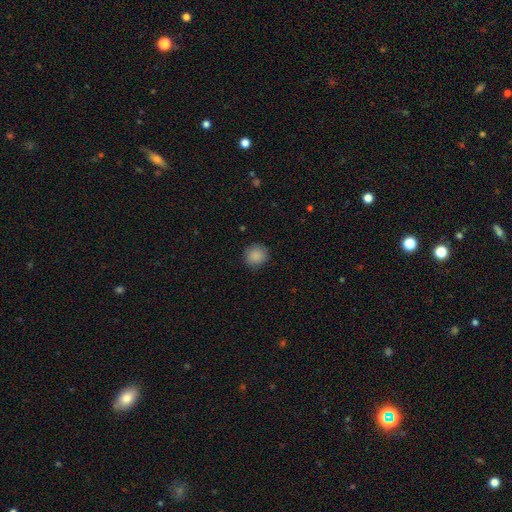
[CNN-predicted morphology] Smooth or featured?
  - smooth: 88% *
  - star or artifact: 8%
  - featured or disk: 4%
How rounded?
  - round: 91% *
  - in between: 8%
  - cigar-shaped: 1%
Merging?
  - none: 87% *
  - minor disturbance: 10%
  - major disturbance: 3%
  - merger: 1%